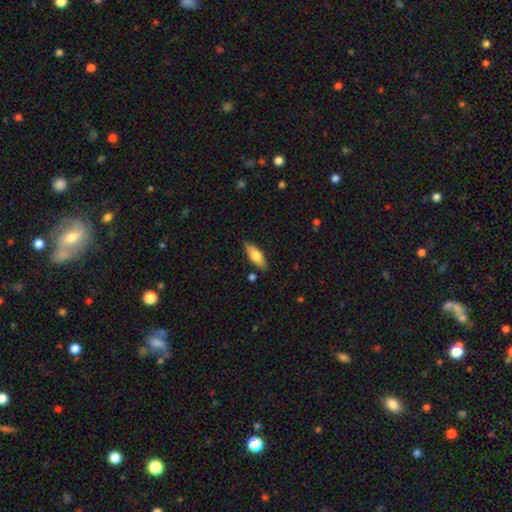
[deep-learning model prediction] Smooth or featured? Predicted: smooth (p=0.67). How rounded? Predicted: in between (p=0.66). Merging? Predicted: none (p=0.86).